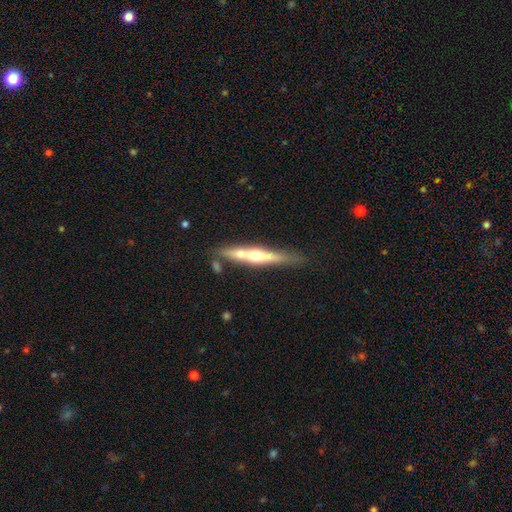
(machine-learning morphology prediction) The model was most divided on "smooth or featured": featured or disk: 61%, smooth: 33%, star or artifact: 6%. More confident: edge-on disk — yes (93%); edge-on bulge — rounded (86%); merging — none (64%).